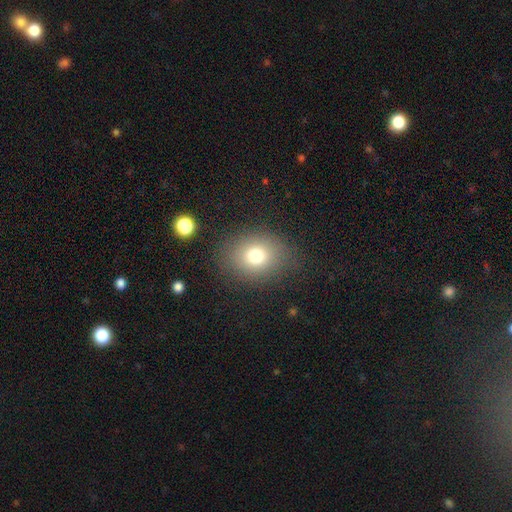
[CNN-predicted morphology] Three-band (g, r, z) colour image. It shows a smooth galaxy with no disk features (75%) that is round (52%). Merging: none (82%).